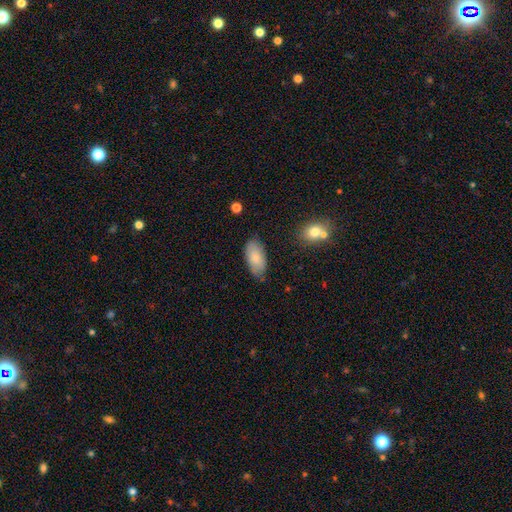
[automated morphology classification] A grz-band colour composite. It shows a smooth galaxy with no disk features (82%) that is in between round and cigar-shaped (94%). Merging: none (77%).